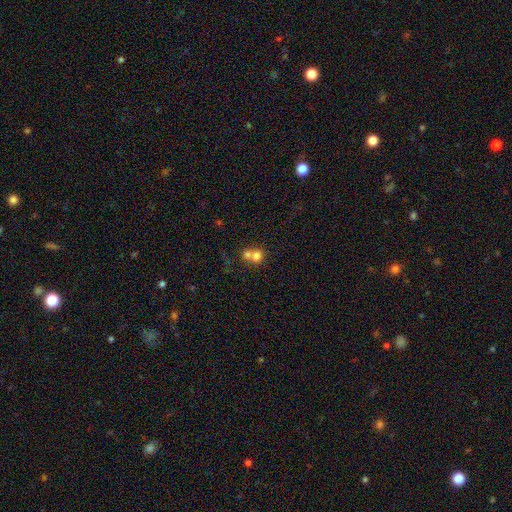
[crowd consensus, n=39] A smooth galaxy with no disk features (77%) that is round (90%). Merging: merger (56%).